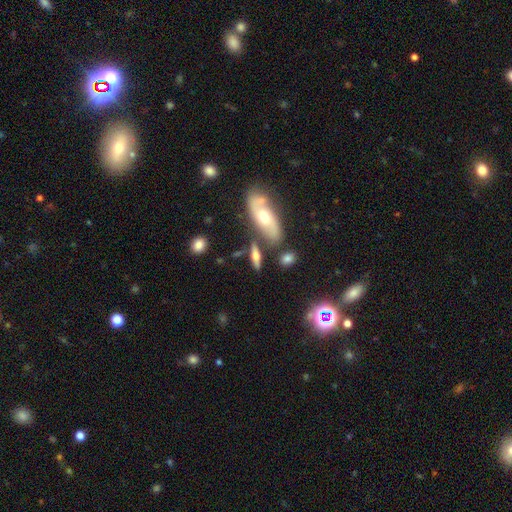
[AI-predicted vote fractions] Morphology: type=smooth (49%); merging=none (67%).